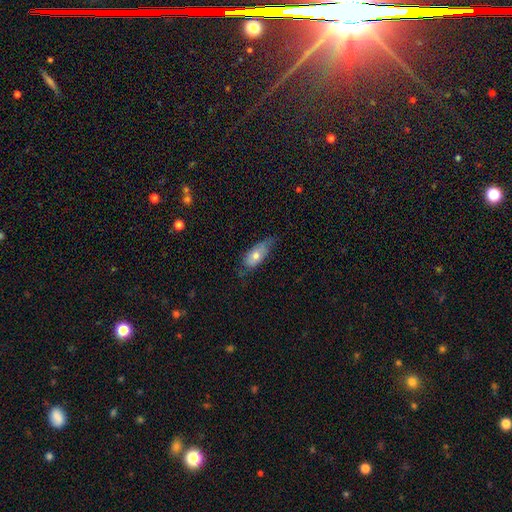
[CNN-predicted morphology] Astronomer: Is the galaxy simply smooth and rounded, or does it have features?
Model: smooth — 63%.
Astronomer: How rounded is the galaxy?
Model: in between — 83%.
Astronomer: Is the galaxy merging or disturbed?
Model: none — 50% (runner-up: minor disturbance, 36%).